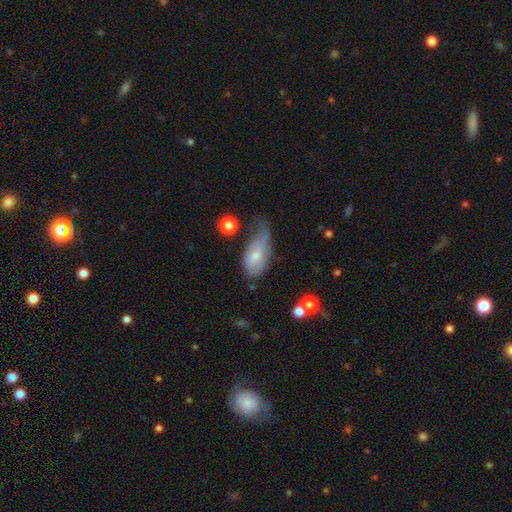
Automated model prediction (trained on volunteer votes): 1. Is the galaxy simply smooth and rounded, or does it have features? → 66% smooth, 26% featured or disk, 8% star or artifact.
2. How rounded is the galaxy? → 88% in between, 6% round, 5% cigar-shaped.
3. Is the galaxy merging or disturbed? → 39% minor disturbance, 37% major disturbance, 20% none, 5% merger.